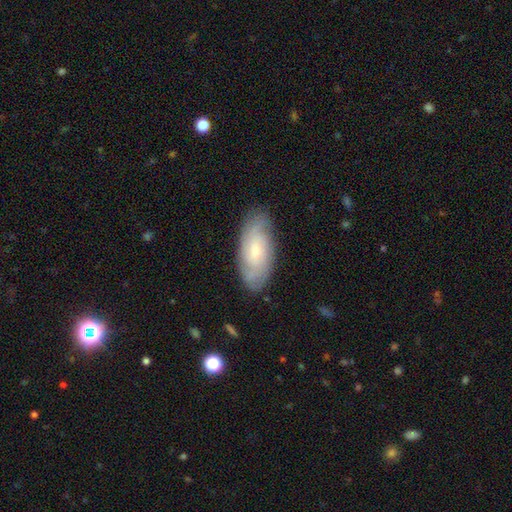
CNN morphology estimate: A featured or disk galaxy (60%) with no bar (72%), spiral arms (87%) and a small central bulge (65%).

Vote fractions:
- Smooth or featured? featured or disk: 60% / smooth: 32% / star or artifact: 8%
- Edge-on disk? no: 89% / yes: 11%
- Bar? no: 72% / weak: 24% / strong: 4%
- Spiral arms? yes: 87% / no: 13%
- Bulge size? small: 65% / moderate: 30% / none: 3% / large: 2% / dominant: 1%
- Merging? none: 83% / minor disturbance: 13% / major disturbance: 3% / merger: 1%